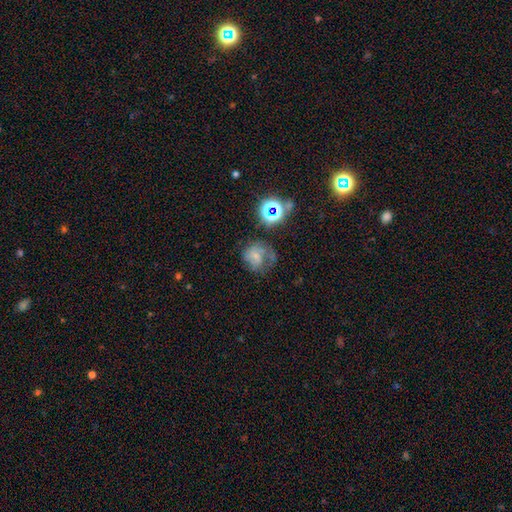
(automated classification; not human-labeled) The model was most divided on "smooth or featured": featured or disk: 43%, smooth: 39%, star or artifact: 18%. Remaining: merging — none (37%).